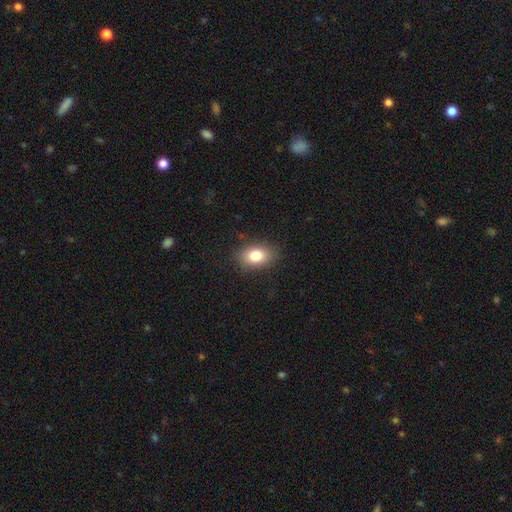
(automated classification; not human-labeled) This is clearly a smooth galaxy (81%). How rounded: clearly in between (81%). Merging: clearly none (86%).